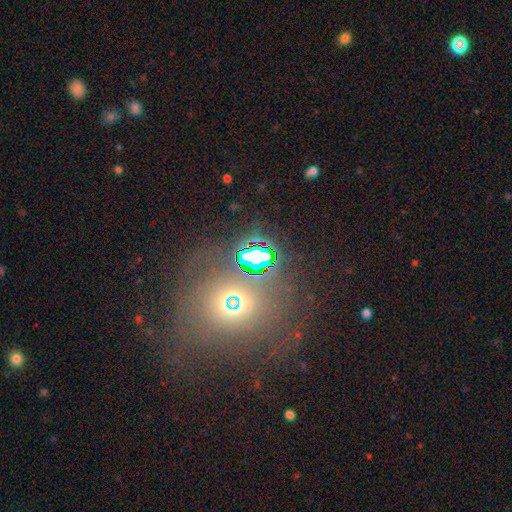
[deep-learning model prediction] Morphology: type=star or artifact (75%).